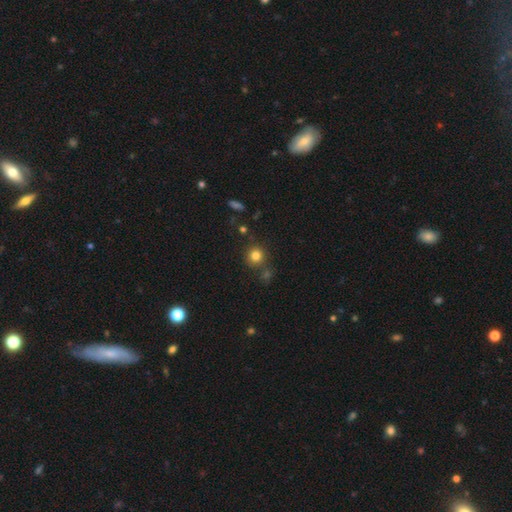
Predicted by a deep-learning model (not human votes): A smooth galaxy with no disk features (80%) that is round (91%).

Vote fractions:
- Smooth or featured? smooth: 80% / star or artifact: 14% / featured or disk: 6%
- How rounded? round: 91% / in between: 8% / cigar-shaped: 1%
- Merging? none: 76% / merger: 10% / minor disturbance: 10% / major disturbance: 4%